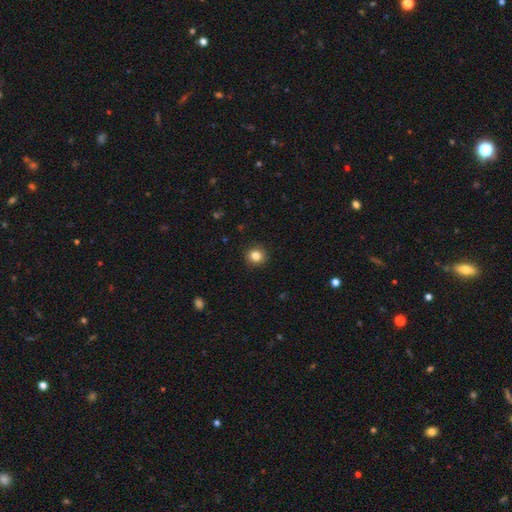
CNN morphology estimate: Smooth or featured? smooth (84%)
How rounded? round (90%)
Merging? none (91%)